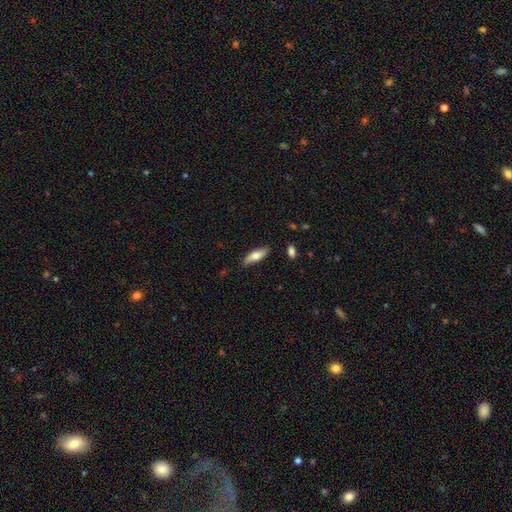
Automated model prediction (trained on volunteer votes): A smooth galaxy with no disk features (73%) that is in between round and cigar-shaped (63%).

Vote fractions:
- Smooth or featured? smooth: 73% / featured or disk: 21% / star or artifact: 6%
- How rounded? in between: 63% / cigar-shaped: 34% / round: 2%
- Merging? none: 82% / minor disturbance: 14% / major disturbance: 2% / merger: 2%